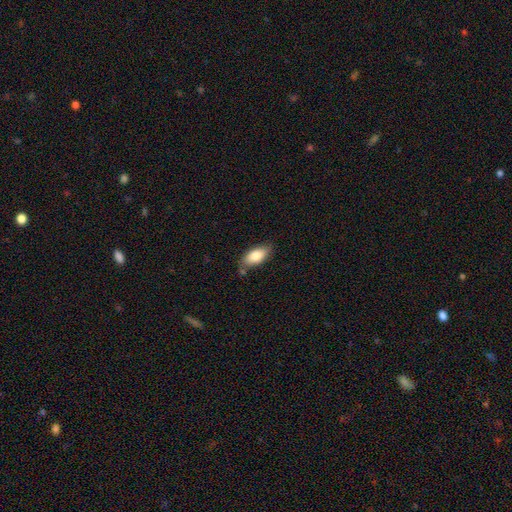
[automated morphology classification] Smooth or featured: smooth — 82% (featured or disk — 11%)
How rounded: in between — 89% (cigar-shaped — 8%)
Merging: none — 72% (minor disturbance — 19%)